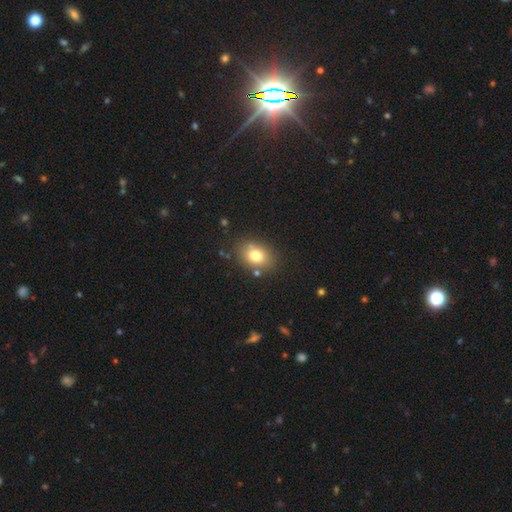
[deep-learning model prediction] Smooth or featured: smooth — 76% (featured or disk — 12%)
How rounded: in between — 60% (round — 39%)
Merging: none — 79% (minor disturbance — 12%)